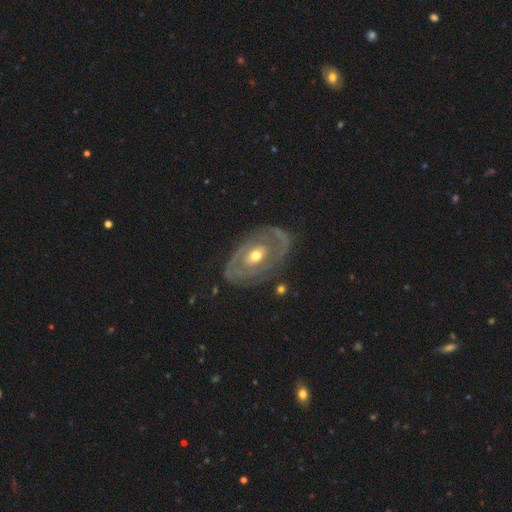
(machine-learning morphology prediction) Overall: featured or disk (80%). Edge-on disk: no (94%). Bar: no (69%). Spiral arms: yes (65%; no 35%). Bulge size: moderate (69%). Merging: none (71%).